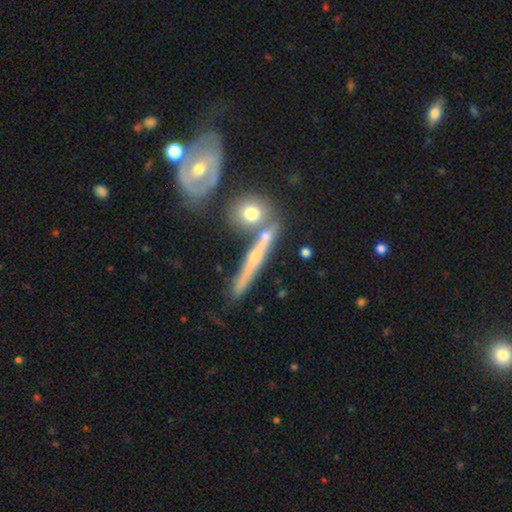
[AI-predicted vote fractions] Smooth or featured? featured or disk (65%)
Edge-on disk? yes (91%)
Edge-on bulge? rounded (66%)
Merging? none (67%)